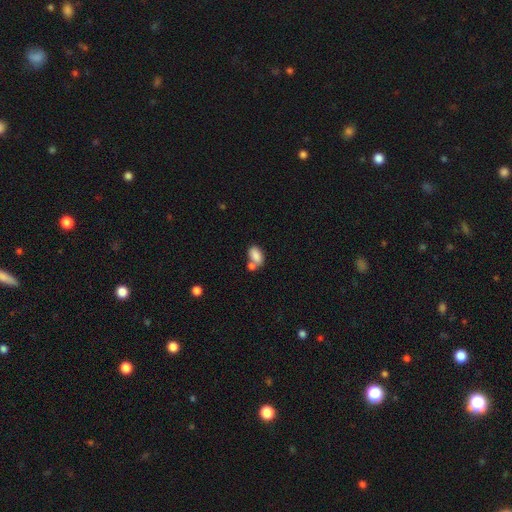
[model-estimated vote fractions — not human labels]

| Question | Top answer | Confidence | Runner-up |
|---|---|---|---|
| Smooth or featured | smooth | 83% | featured or disk (9%) |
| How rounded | in between | 90% | round (8%) |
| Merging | merger | 43% | none (40%) |